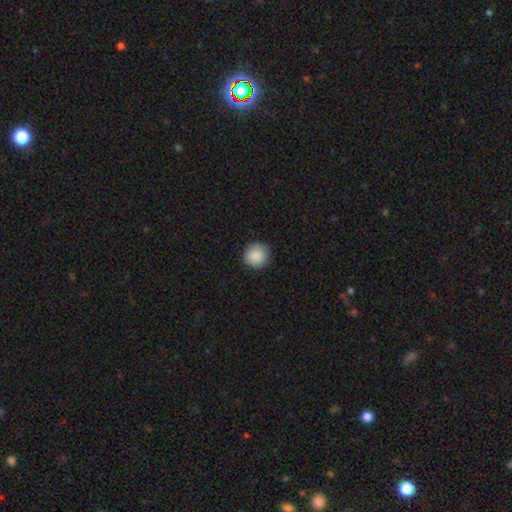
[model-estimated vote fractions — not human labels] smooth 89%, star or artifact 8%, featured or disk 3%. Down the decision tree: how rounded — round (94%); merging — none (87%).